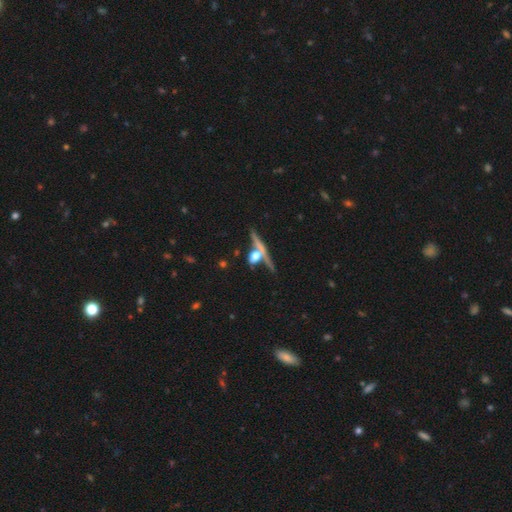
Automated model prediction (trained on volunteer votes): Smooth or featured? smooth (49%)
Merging? none (48%)